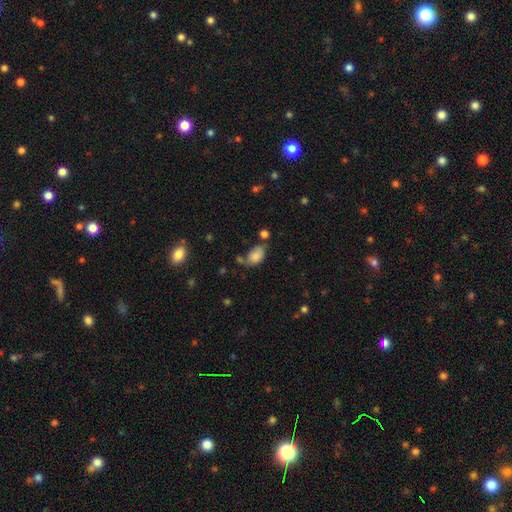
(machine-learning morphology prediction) This is clearly a smooth galaxy (82%). How rounded: clearly in between (89%). Merging: possibly none (47%).